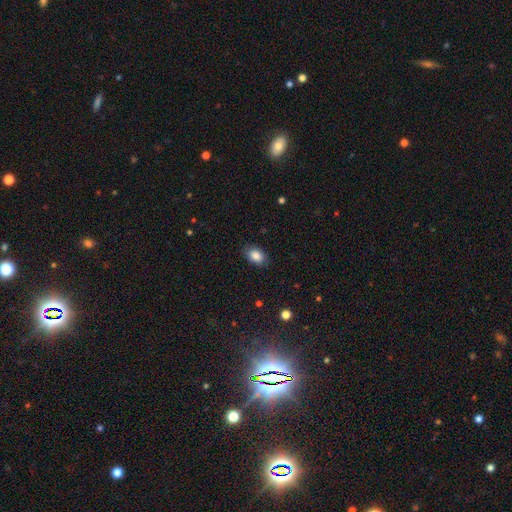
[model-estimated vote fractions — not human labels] Smooth or featured? Predicted: smooth (p=0.85). How rounded? Predicted: in between (p=0.84). Merging? Predicted: none (p=0.85).